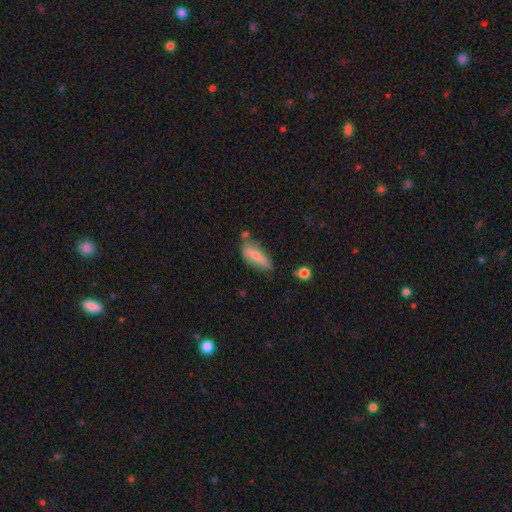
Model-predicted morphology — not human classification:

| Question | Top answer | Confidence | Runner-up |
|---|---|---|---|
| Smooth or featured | smooth | 71% | featured or disk (22%) |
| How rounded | cigar-shaped | 51% | in between (47%) |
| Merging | none | 51% | minor disturbance (31%) |